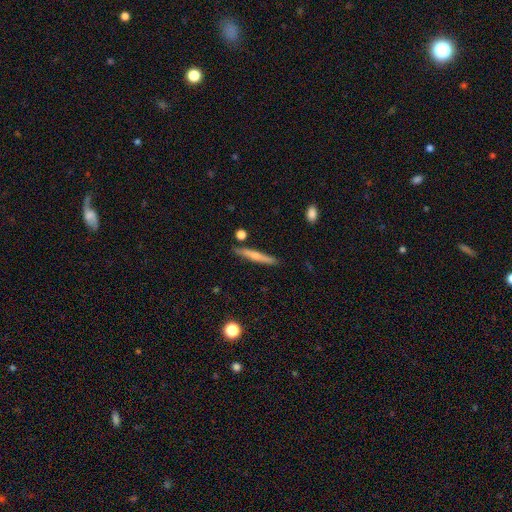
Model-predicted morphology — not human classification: A smooth galaxy with no disk features (53%) that is cigar-shaped (94%).

Vote fractions:
- Smooth or featured? smooth: 53% / featured or disk: 41% / star or artifact: 6%
- How rounded? cigar-shaped: 94% / in between: 4% / round: 2%
- Merging? none: 85% / minor disturbance: 10% / merger: 3% / major disturbance: 2%